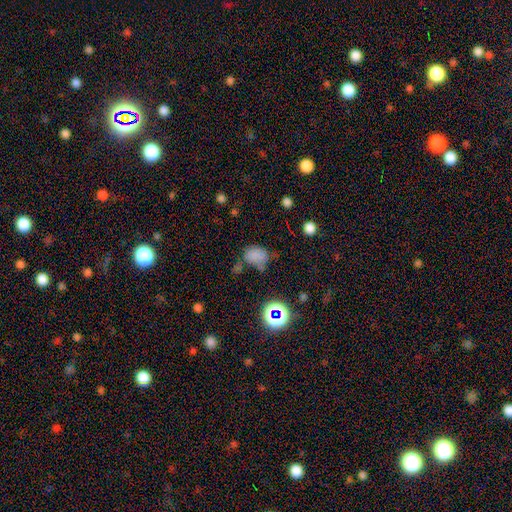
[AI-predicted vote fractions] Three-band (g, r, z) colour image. It shows a smooth galaxy with no disk features (69%) that is in between round and cigar-shaped (70%). Merging: none (43%).